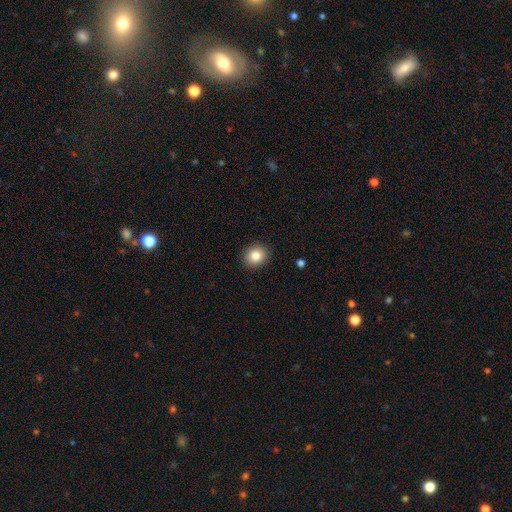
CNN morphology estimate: Smooth or featured?
  - smooth: 84% *
  - star or artifact: 9%
  - featured or disk: 7%
How rounded?
  - round: 72% *
  - in between: 27%
  - cigar-shaped: 1%
Merging?
  - none: 91% *
  - minor disturbance: 7%
  - major disturbance: 2%
  - merger: 1%